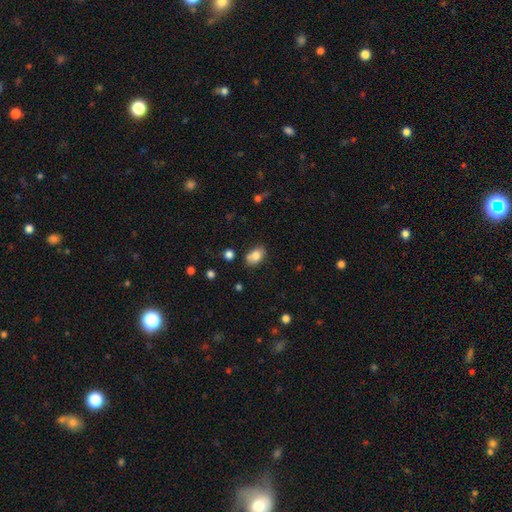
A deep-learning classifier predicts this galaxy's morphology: Q: Smooth or featured?
A: smooth (78%); runner-up: featured or disk (13%)
Q: How rounded?
A: in between (83%); runner-up: round (16%)
Q: Merging?
A: none (64%); runner-up: minor disturbance (20%)